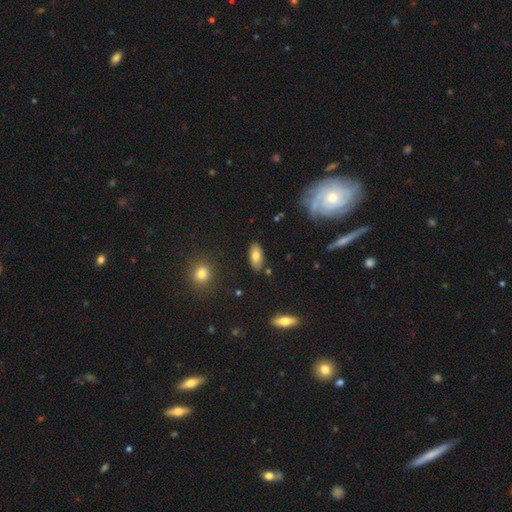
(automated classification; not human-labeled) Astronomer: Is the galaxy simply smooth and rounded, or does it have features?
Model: smooth — 76%.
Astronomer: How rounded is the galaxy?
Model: in between — 89%.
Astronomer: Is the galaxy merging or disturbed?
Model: none — 85%.